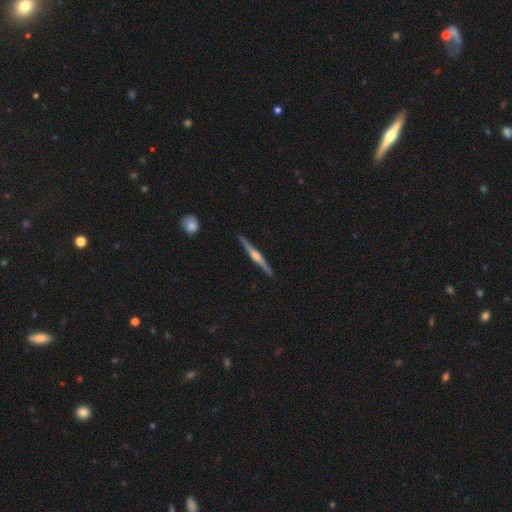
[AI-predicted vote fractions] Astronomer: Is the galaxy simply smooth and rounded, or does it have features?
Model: featured or disk — 81%.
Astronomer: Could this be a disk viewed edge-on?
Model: yes — 98%.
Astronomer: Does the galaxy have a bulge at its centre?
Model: rounded — 87%.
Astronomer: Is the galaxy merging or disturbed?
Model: none — 91%.